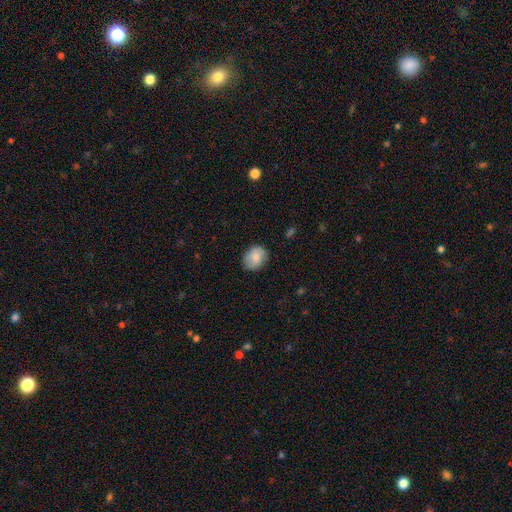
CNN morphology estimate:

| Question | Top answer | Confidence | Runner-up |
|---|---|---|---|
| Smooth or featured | smooth | 80% | featured or disk (12%) |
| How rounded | in between | 50% | round (49%) |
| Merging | none | 80% | minor disturbance (15%) |